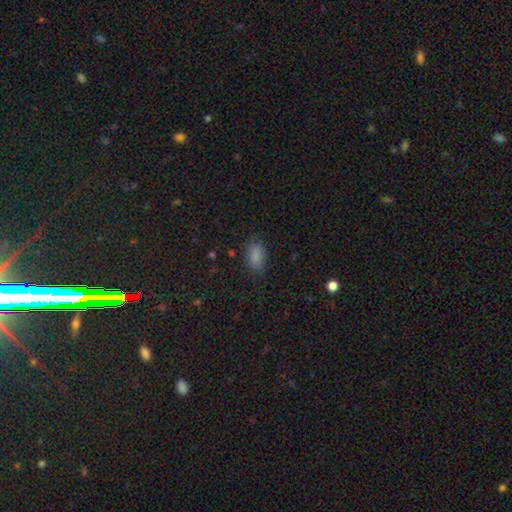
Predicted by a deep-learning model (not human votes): Q: Smooth or featured?
A: smooth (84%); runner-up: star or artifact (11%)
Q: How rounded?
A: in between (88%); runner-up: round (10%)
Q: Merging?
A: none (79%); runner-up: minor disturbance (16%)